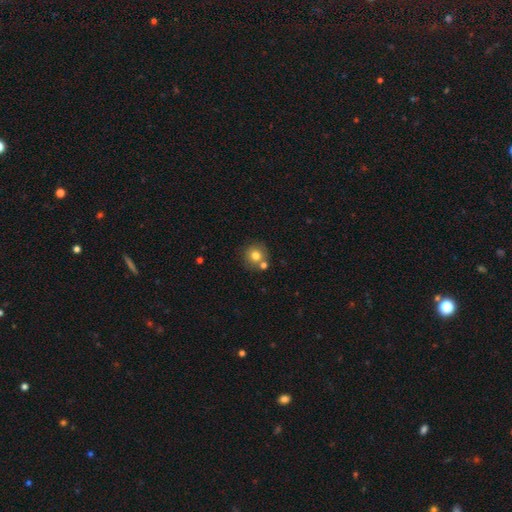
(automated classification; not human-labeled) A smooth galaxy with no disk features (77%) that is round (91%).

Vote fractions:
- Smooth or featured? smooth: 77% / featured or disk: 12% / star or artifact: 11%
- How rounded? round: 91% / in between: 8% / cigar-shaped: 1%
- Merging? none: 69% / merger: 18% / minor disturbance: 10% / major disturbance: 3%